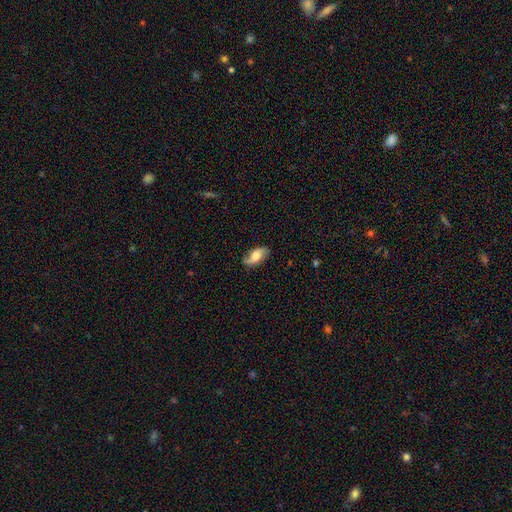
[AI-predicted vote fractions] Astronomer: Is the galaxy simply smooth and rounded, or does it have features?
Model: smooth — 47% (runner-up: featured or disk, 45%).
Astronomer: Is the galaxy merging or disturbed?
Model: none — 73%.